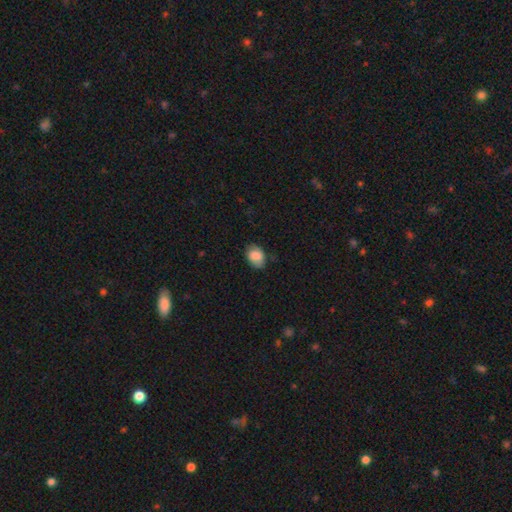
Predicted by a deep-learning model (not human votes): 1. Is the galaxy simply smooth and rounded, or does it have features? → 83% smooth, 10% featured or disk, 7% star or artifact.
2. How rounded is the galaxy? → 75% in between, 24% round, 1% cigar-shaped.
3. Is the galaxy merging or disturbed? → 75% none, 20% minor disturbance, 4% major disturbance, 1% merger.